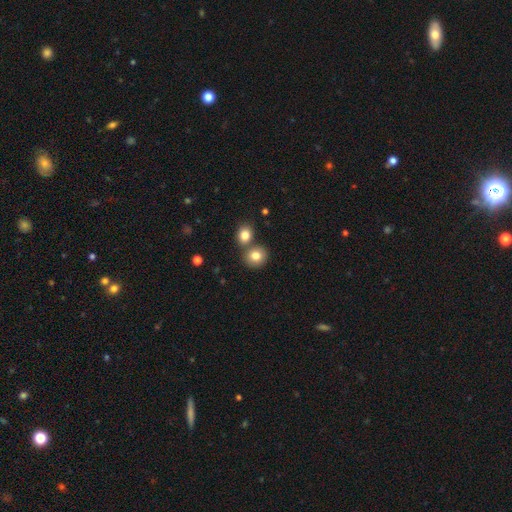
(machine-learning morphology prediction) This is clearly a smooth galaxy (80%). How rounded: likely round (78%). Merging: possibly none (59%).